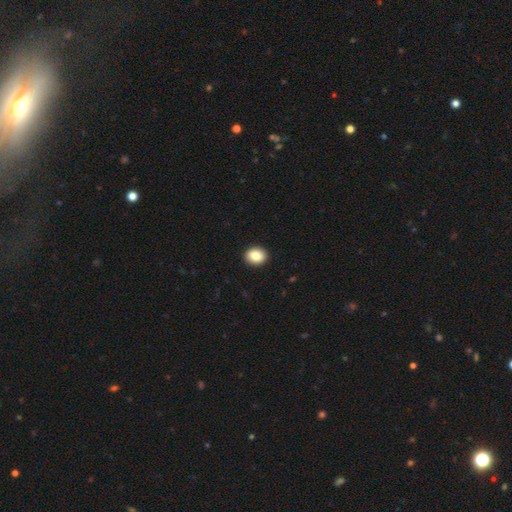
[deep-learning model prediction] smooth-or-featured: smooth: 86% | star or artifact: 8% | featured or disk: 6%
  how-rounded: round: 52% | in between: 48% | cigar-shaped: 1%
  merging: none: 93% | minor disturbance: 5% | major disturbance: 1% | merger: 1%